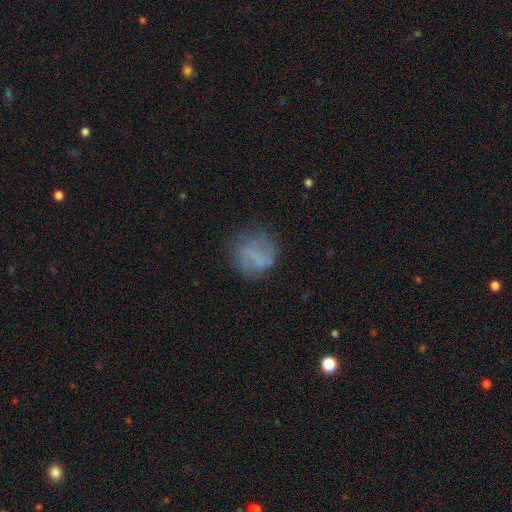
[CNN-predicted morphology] smooth 48%, featured or disk 39%, star or artifact 13%. Down the decision tree: merging — none (64%).